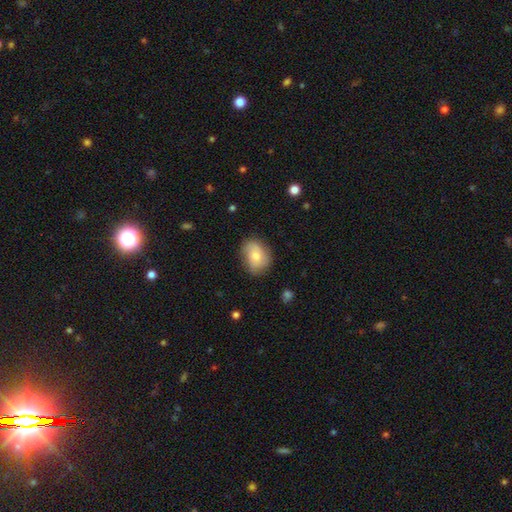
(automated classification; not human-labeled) A smooth galaxy with no disk features (66%) that is in between round and cigar-shaped (60%). Merging: none (75%).